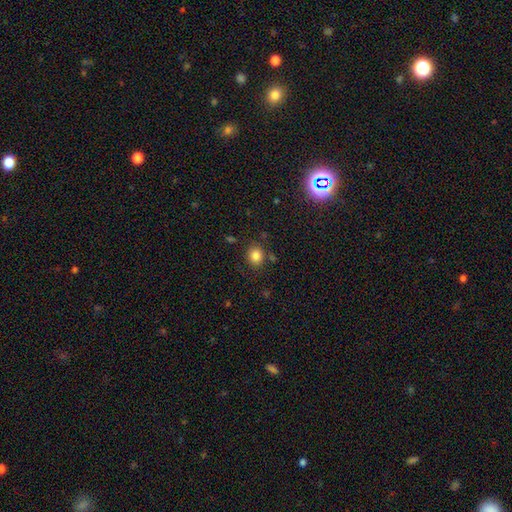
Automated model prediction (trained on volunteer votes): Smooth or featured? smooth (83%)
How rounded? round (70%)
Merging? none (81%)